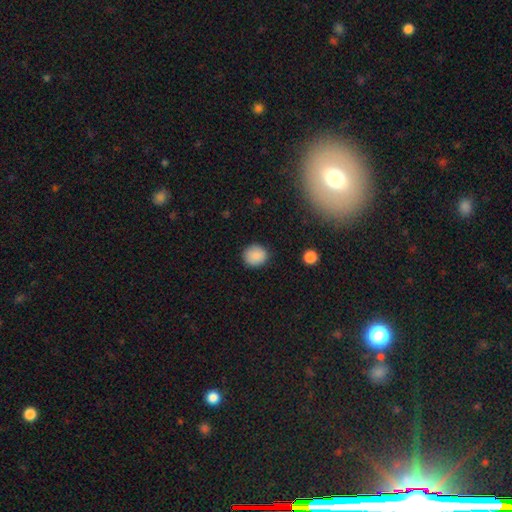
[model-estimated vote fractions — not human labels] The model was most divided on "how rounded": round: 87%, in between: 12%, cigar-shaped: 1%. More confident: merging — none (88%); smooth or featured — smooth (86%).